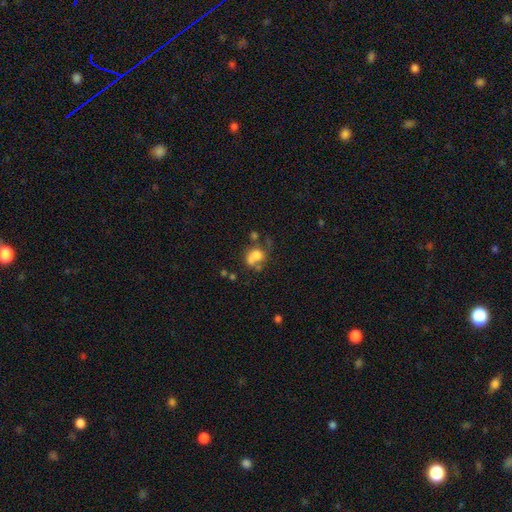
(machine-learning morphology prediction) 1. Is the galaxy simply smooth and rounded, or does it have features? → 64% smooth, 23% featured or disk, 13% star or artifact.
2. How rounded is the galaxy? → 58% round, 40% in between, 1% cigar-shaped.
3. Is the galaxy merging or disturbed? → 38% merger, 28% none, 18% major disturbance, 16% minor disturbance.